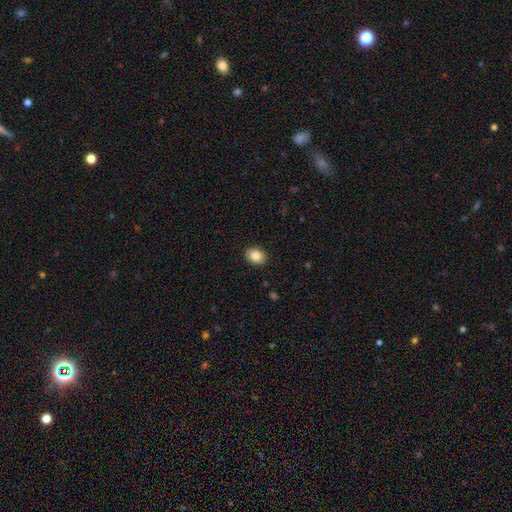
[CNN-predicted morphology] A smooth galaxy with no disk features (86%) that is in between round and cigar-shaped (67%).

Vote fractions:
- Smooth or featured? smooth: 86% / star or artifact: 8% / featured or disk: 6%
- How rounded? in between: 67% / round: 32% / cigar-shaped: 1%
- Merging? none: 90% / minor disturbance: 7% / major disturbance: 2% / merger: 1%